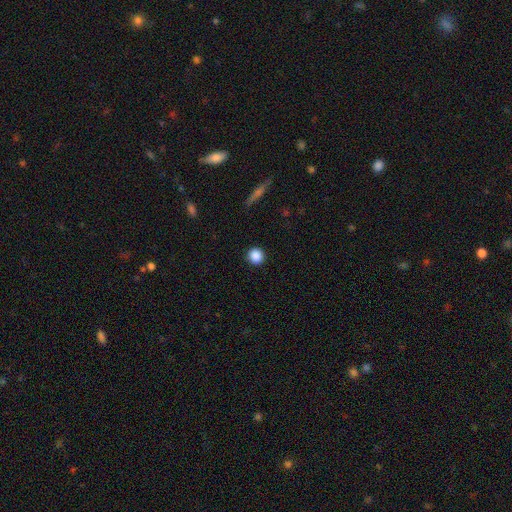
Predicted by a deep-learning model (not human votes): Morphology: type=smooth (88%); roundness=round (93%); merging=none (91%).